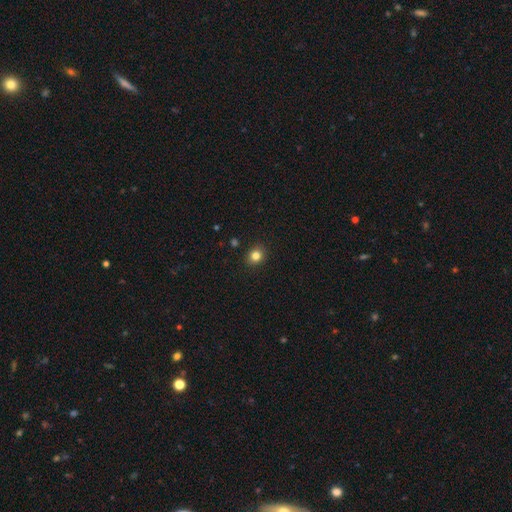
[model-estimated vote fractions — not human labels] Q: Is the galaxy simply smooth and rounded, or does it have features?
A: smooth — 81%.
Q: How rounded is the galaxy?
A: round — 74%.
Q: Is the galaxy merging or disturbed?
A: none — 91%.